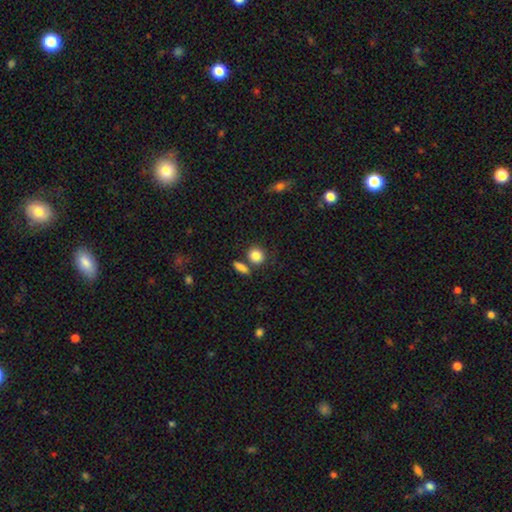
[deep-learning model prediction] smooth 86%, star or artifact 8%, featured or disk 5%. Down the decision tree: how rounded — round (76%); merging — none (71%).